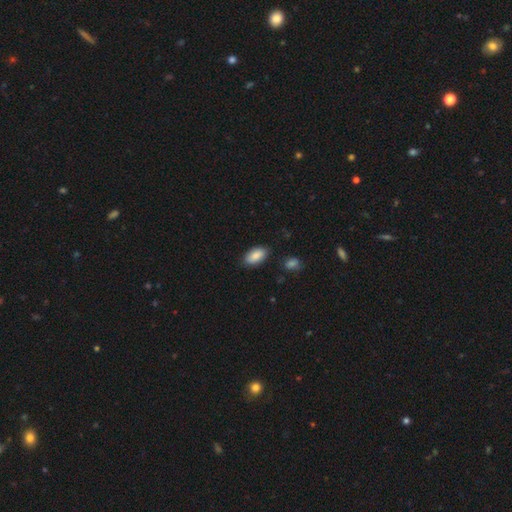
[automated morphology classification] smooth 87%, star or artifact 7%, featured or disk 6%. Down the decision tree: how rounded — in between (94%); merging — none (84%).